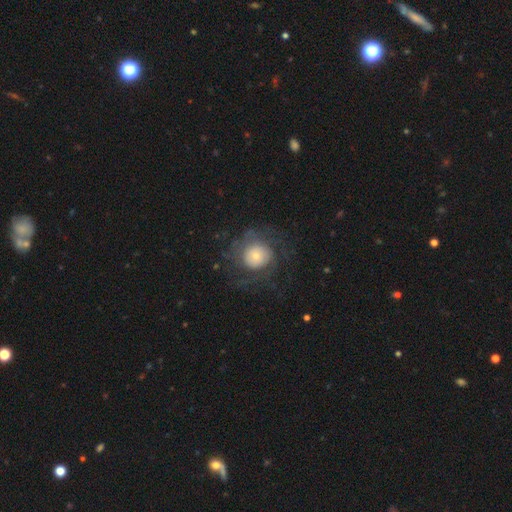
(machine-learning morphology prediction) smooth_or_featured: featured or disk (p=0.50) [alt: smooth p=0.41]
merging: none (p=0.61) [alt: major disturbance p=0.22]